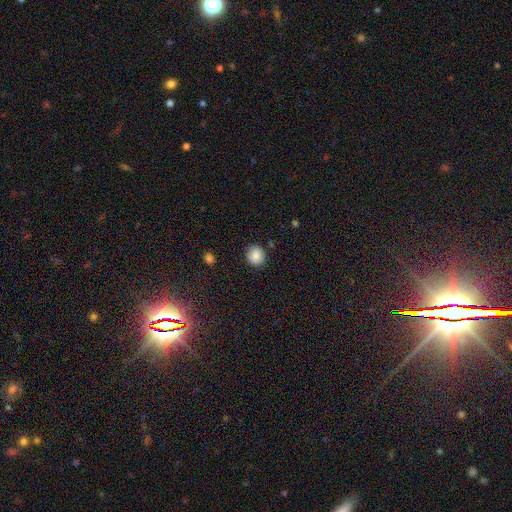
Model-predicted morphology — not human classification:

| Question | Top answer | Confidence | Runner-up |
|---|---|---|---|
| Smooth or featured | smooth | 86% | star or artifact (9%) |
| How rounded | round | 87% | in between (12%) |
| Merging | none | 86% | minor disturbance (10%) |